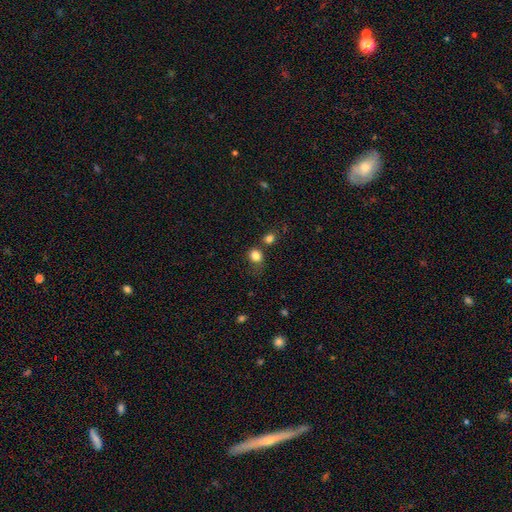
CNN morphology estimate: smooth_or_featured: smooth (p=0.82) [alt: star or artifact p=0.12]
how_rounded: round (p=0.67) [alt: in between p=0.32]
merging: none (p=0.57) [alt: minor disturbance p=0.20]